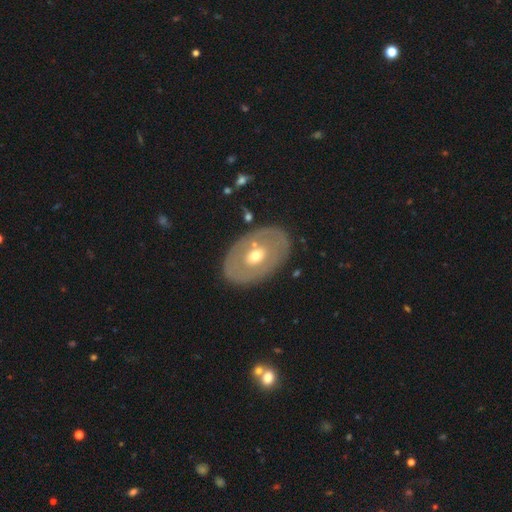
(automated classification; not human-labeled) featured or disk 57%, smooth 38%, star or artifact 5%. Down the decision tree: edge-on disk — no (90%); bar — no (79%); spiral arms — no (87%); bulge size — moderate (69%); merging — none (82%).